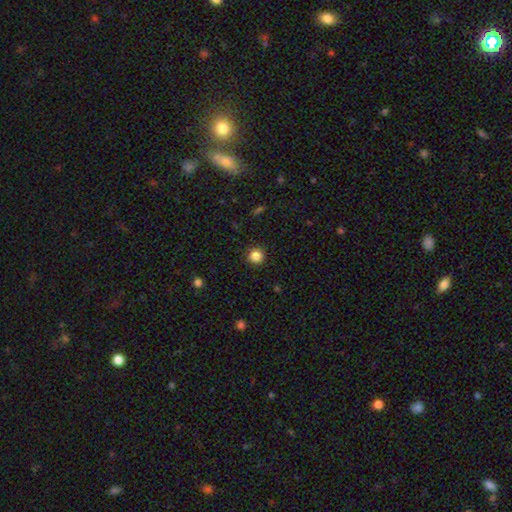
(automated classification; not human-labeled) Overall: smooth (85%). How rounded: round (94%). Merging: none (92%).